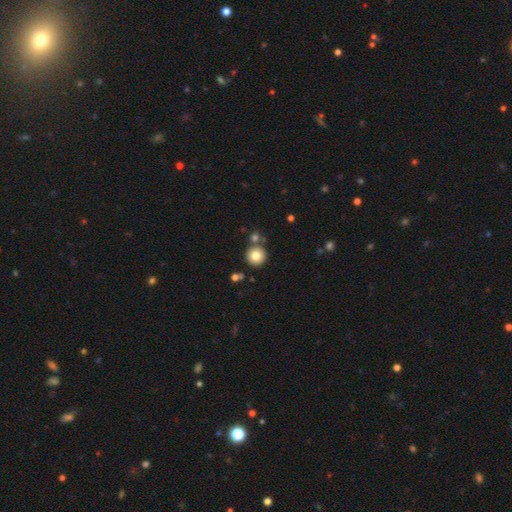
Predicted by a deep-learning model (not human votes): The model was most divided on "merging": none: 78%, merger: 12%, minor disturbance: 8%, major disturbance: 2%. More confident: how rounded — round (94%); smooth or featured — smooth (80%).